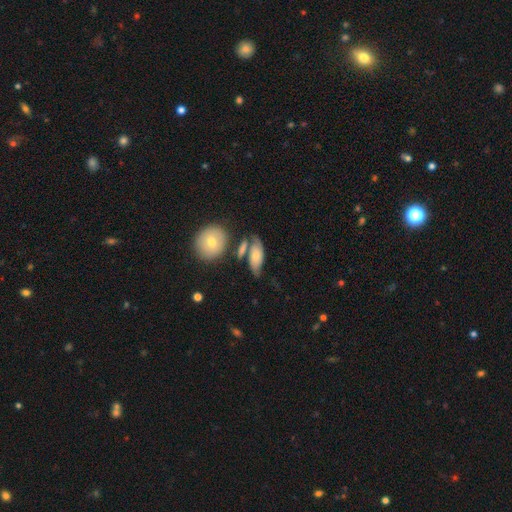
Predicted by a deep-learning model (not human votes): Q: Smooth or featured?
A: smooth (57%); runner-up: featured or disk (36%)
Q: How rounded?
A: in between (84%); runner-up: round (8%)
Q: Merging?
A: none (48%); runner-up: minor disturbance (24%)